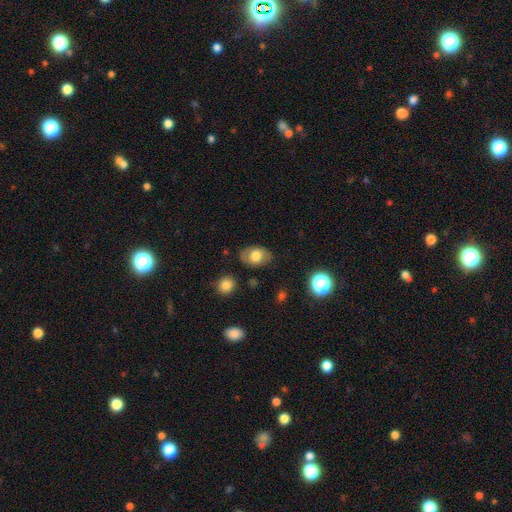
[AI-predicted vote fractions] smooth-or-featured: smooth: 70% | featured or disk: 21% | star or artifact: 8%
  how-rounded: in between: 77% | round: 22% | cigar-shaped: 1%
  merging: none: 76% | minor disturbance: 17% | major disturbance: 5% | merger: 2%